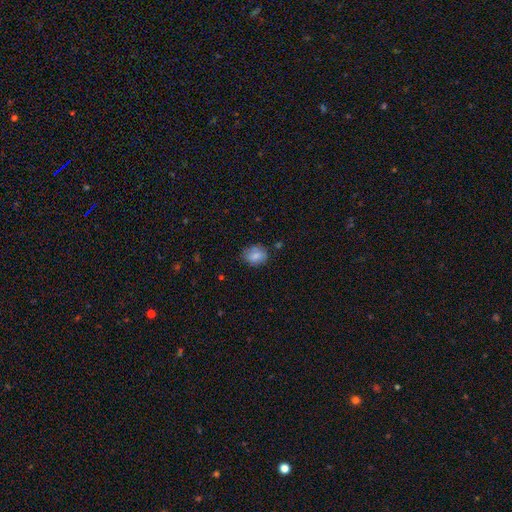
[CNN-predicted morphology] Smooth or featured? smooth (81%)
How rounded? in between (58%)
Merging? none (71%)